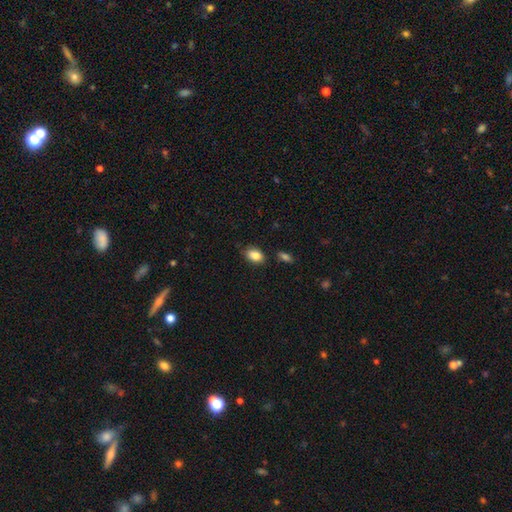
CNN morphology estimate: A smooth galaxy with no disk features (85%) that is in between round and cigar-shaped (86%).

Vote fractions:
- Smooth or featured? smooth: 85% / star or artifact: 8% / featured or disk: 7%
- How rounded? in between: 86% / round: 12% / cigar-shaped: 2%
- Merging? none: 72% / minor disturbance: 20% / merger: 4% / major disturbance: 4%